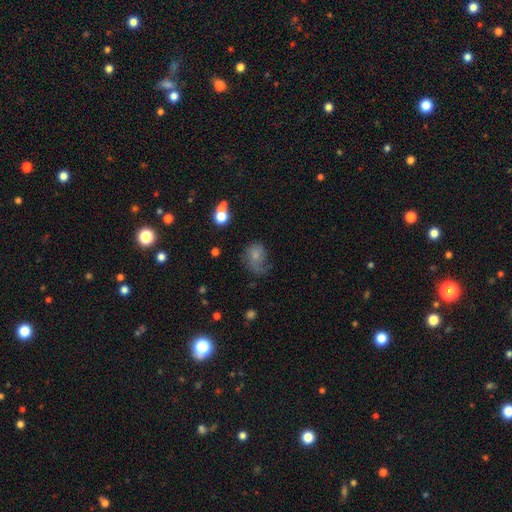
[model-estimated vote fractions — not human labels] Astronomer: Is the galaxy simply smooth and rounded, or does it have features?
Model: smooth — 62%.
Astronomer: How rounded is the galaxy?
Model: in between — 59% (runner-up: round, 39%).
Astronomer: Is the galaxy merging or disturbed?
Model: major disturbance — 35% (runner-up: none, 32%).